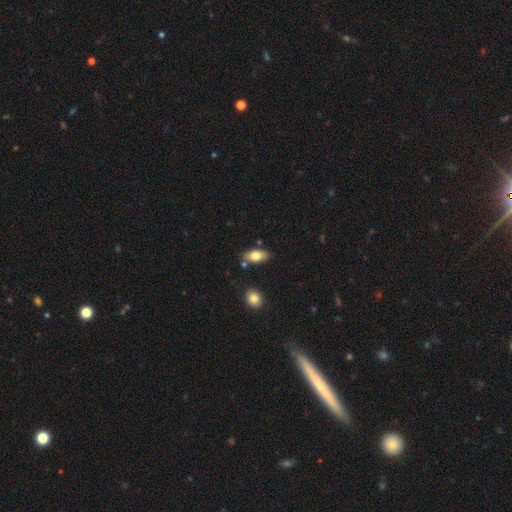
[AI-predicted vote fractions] This appears to be a smooth galaxy with no disk features (77%) that is in between round and cigar-shaped (88%). Merging: none (78%).